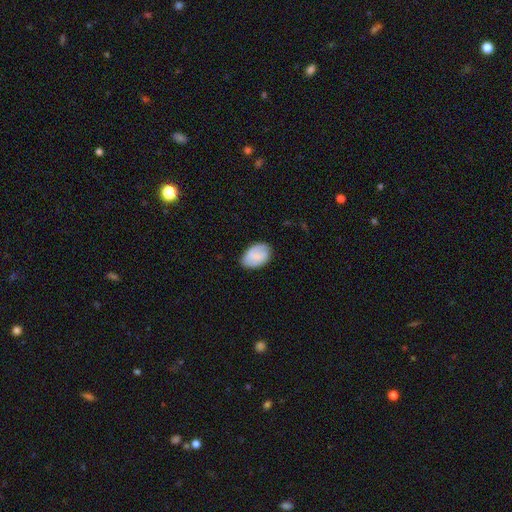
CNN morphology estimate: Smooth or featured: smooth — 74% (featured or disk — 19%)
How rounded: in between — 86% (round — 12%)
Merging: none — 77% (minor disturbance — 18%)